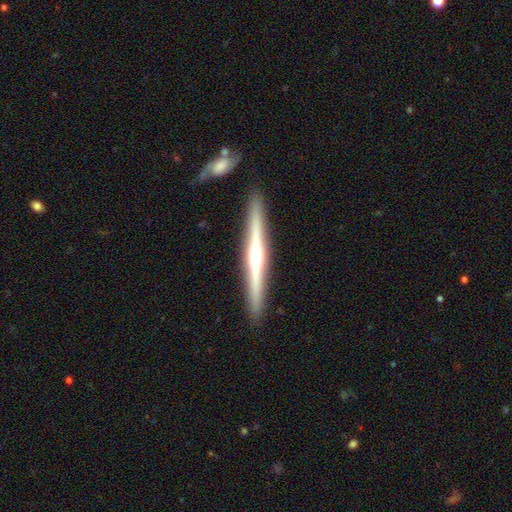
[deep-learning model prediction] Q: Smooth or featured?
A: featured or disk (77%); runner-up: smooth (18%)
Q: Edge-on disk?
A: yes (98%); runner-up: no (2%)
Q: Edge-on bulge?
A: rounded (87%); runner-up: none (9%)
Q: Merging?
A: none (91%); runner-up: minor disturbance (6%)